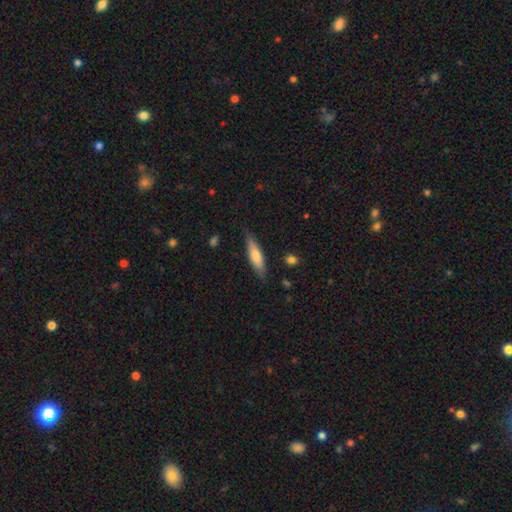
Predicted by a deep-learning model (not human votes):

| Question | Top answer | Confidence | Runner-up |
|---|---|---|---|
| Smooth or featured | smooth | 64% | featured or disk (30%) |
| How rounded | cigar-shaped | 67% | in between (31%) |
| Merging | none | 81% | minor disturbance (15%) |